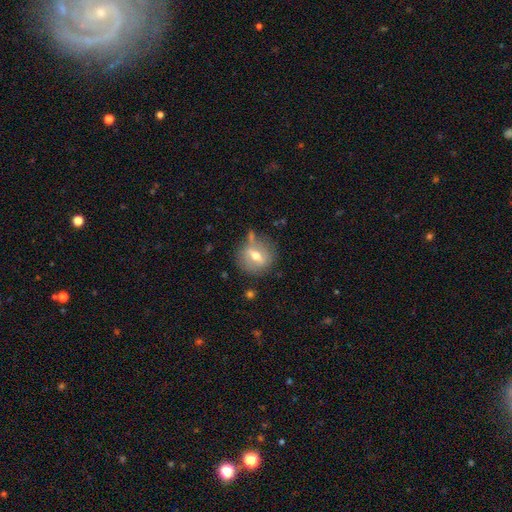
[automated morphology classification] Smooth or featured?
  - featured or disk: 47% *
  - smooth: 45%
  - star or artifact: 9%
Merging?
  - none: 71% *
  - minor disturbance: 17%
  - major disturbance: 6%
  - merger: 6%